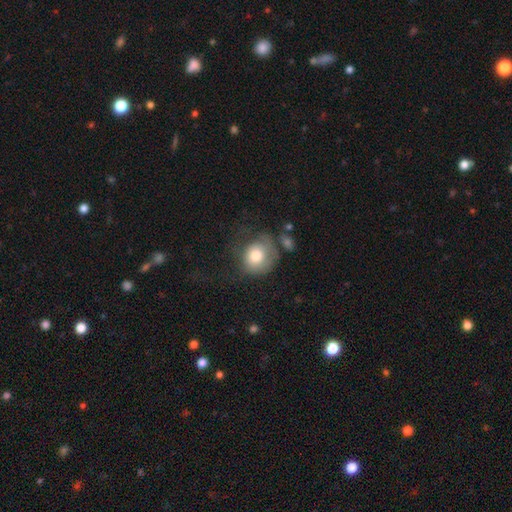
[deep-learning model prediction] This is likely a smooth galaxy (75%). How rounded: likely round (80%). Merging: marginally none (43%).